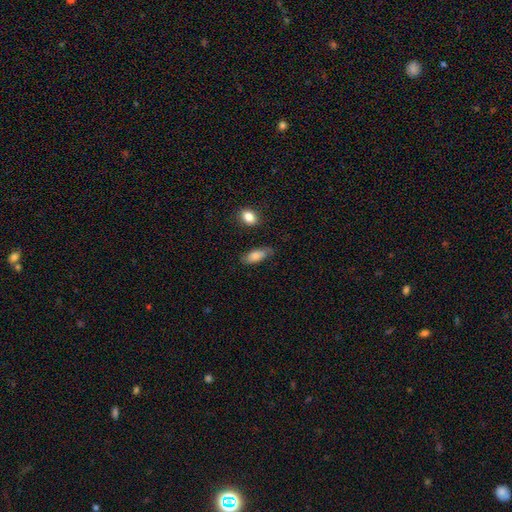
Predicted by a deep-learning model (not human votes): smooth-or-featured: smooth: 77% | featured or disk: 16% | star or artifact: 7%
  how-rounded: in between: 81% | cigar-shaped: 16% | round: 3%
  merging: none: 70% | minor disturbance: 22% | major disturbance: 5% | merger: 3%